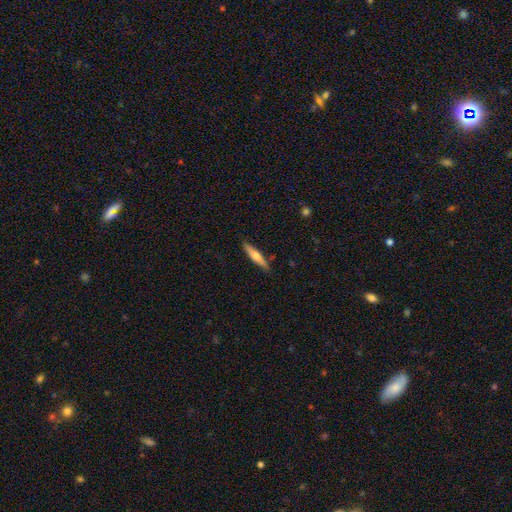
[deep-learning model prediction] This is possibly a smooth galaxy (51%). How rounded: clearly cigar-shaped (88%). Merging: clearly none (88%).